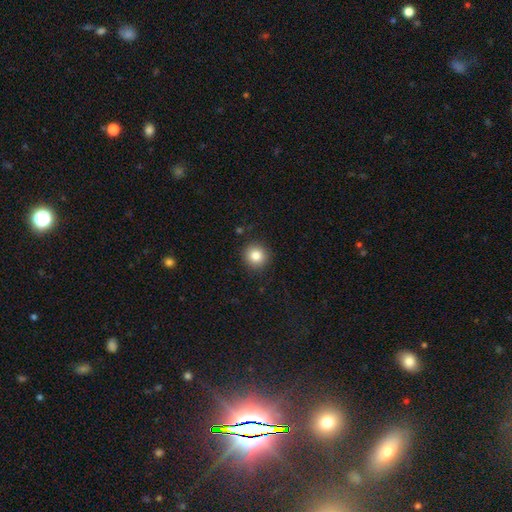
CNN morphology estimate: A smooth galaxy with no disk features (84%) that is round (92%).

Vote fractions:
- Smooth or featured? smooth: 84% / star or artifact: 10% / featured or disk: 6%
- How rounded? round: 92% / in between: 7% / cigar-shaped: 1%
- Merging? none: 90% / minor disturbance: 7% / major disturbance: 2% / merger: 1%